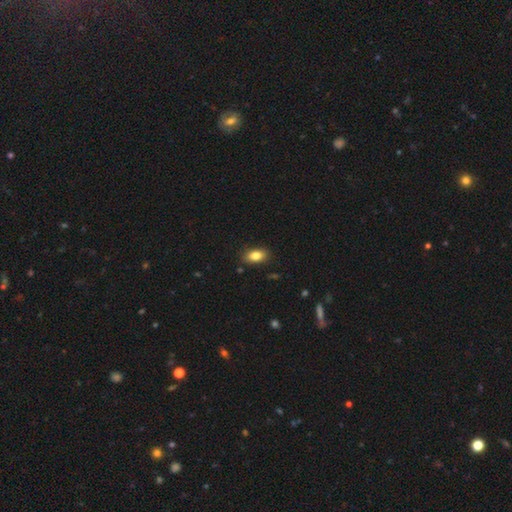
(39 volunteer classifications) Smooth or featured?
  - smooth: 77% *
  - featured or disk: 13%
  - star or artifact: 10%
How rounded?
  - in between: 93% *
  - round: 7%
  - cigar-shaped: 0%
Merging?
  - none: 97% *
  - minor disturbance: 3%
  - major disturbance: 0%
  - merger: 0%